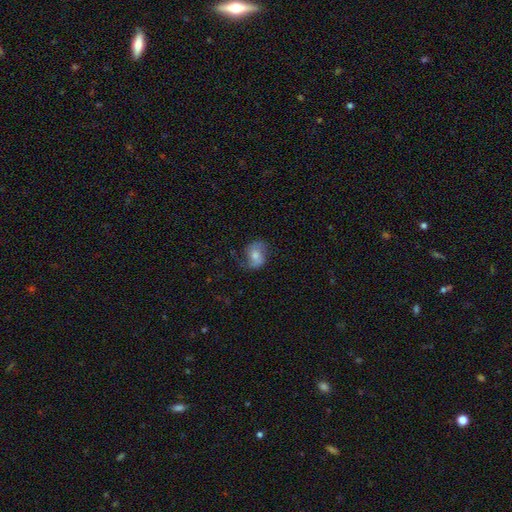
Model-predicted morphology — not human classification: type=featured or disk (48%); merging=none (65%).